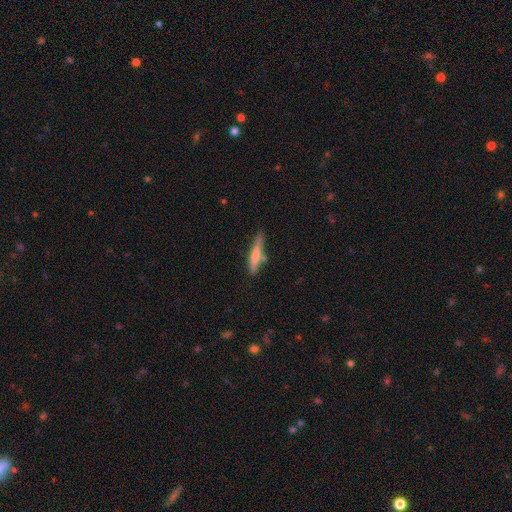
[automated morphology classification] smooth_or_featured: smooth (p=0.65) [alt: featured or disk p=0.29]
how_rounded: cigar-shaped (p=0.90) [alt: in between p=0.08]
merging: none (p=0.69) [alt: minor disturbance p=0.17]